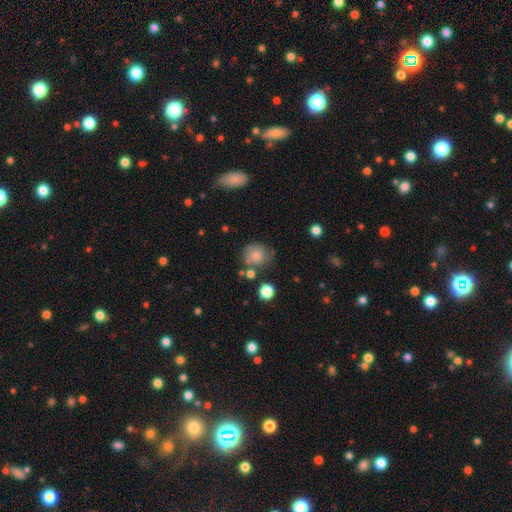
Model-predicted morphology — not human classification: Smooth or featured? smooth (79%)
How rounded? round (78%)
Merging? none (63%)